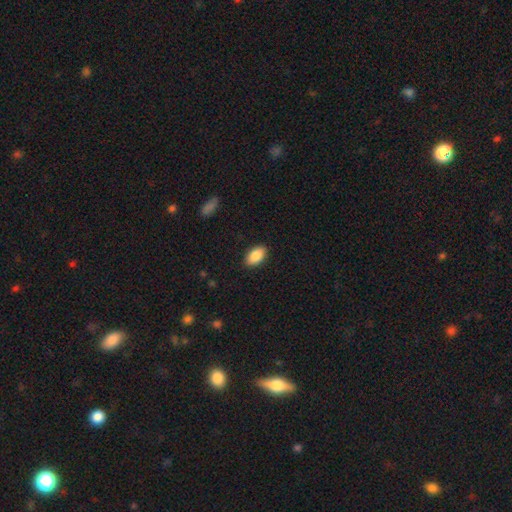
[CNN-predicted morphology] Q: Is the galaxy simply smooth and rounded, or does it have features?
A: smooth — 88%.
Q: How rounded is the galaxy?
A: in between — 93%.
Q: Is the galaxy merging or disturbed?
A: none — 89%.